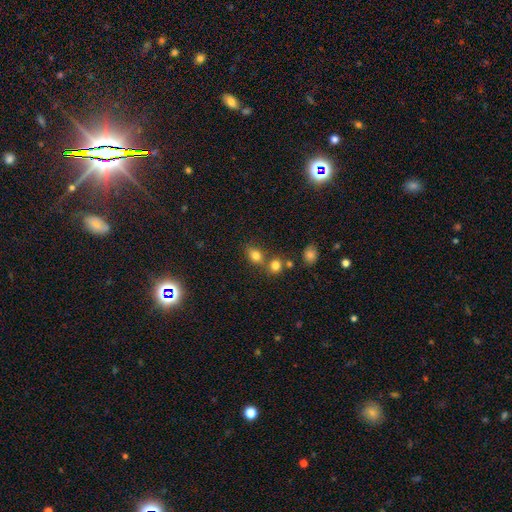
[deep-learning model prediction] Smooth or featured: smooth — 79% (star or artifact — 13%)
How rounded: in between — 63% (round — 36%)
Merging: none — 58% (merger — 26%)